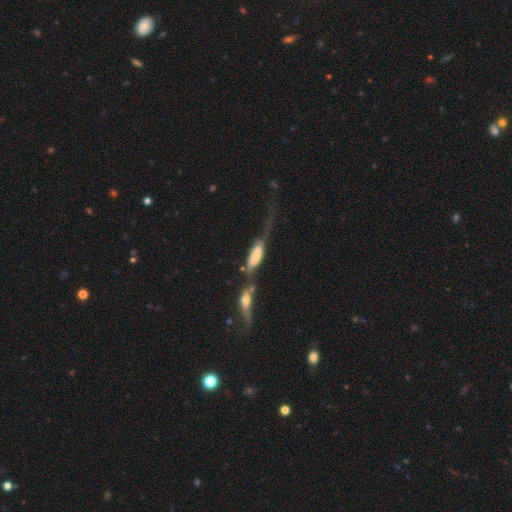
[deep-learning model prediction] Morphology: type=smooth (53%); roundness=in between (62%); merging=merger (52%).